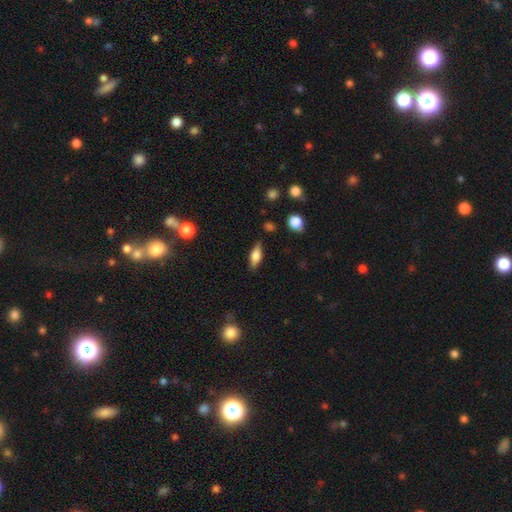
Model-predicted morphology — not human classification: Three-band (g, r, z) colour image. It shows a smooth galaxy with no disk features (58%) that is in between round and cigar-shaped (69%). Merging: none (82%).